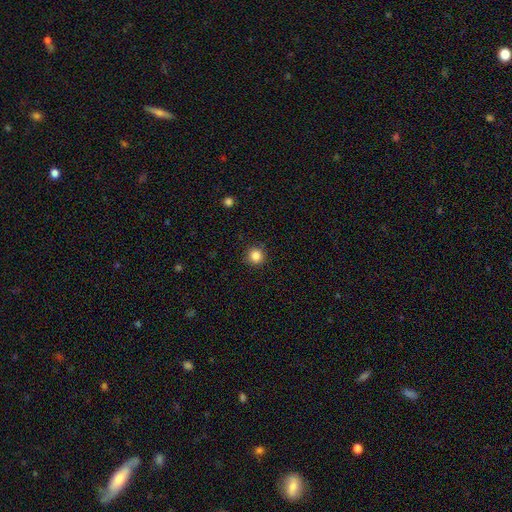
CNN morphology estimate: A smooth galaxy with no disk features (86%) that is round (95%).

Vote fractions:
- Smooth or featured? smooth: 86% / star or artifact: 11% / featured or disk: 4%
- How rounded? round: 95% / in between: 4% / cigar-shaped: 1%
- Merging? none: 91% / minor disturbance: 6% / major disturbance: 2% / merger: 1%